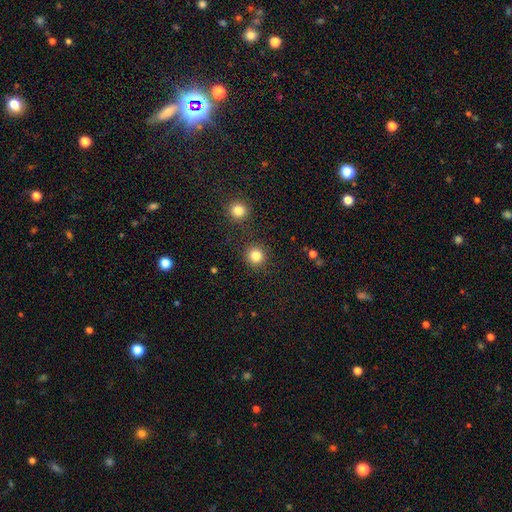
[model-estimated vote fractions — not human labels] smooth-or-featured: smooth: 83% | star or artifact: 12% | featured or disk: 4%
  how-rounded: round: 94% | in between: 6% | cigar-shaped: 1%
  merging: none: 89% | minor disturbance: 5% | merger: 3% | major disturbance: 2%